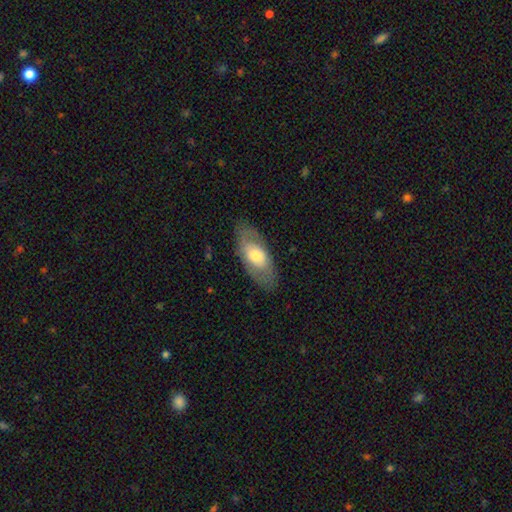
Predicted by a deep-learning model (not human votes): Overall: smooth (56%; featured or disk 38%). How rounded: in between (88%). Merging: none (79%).